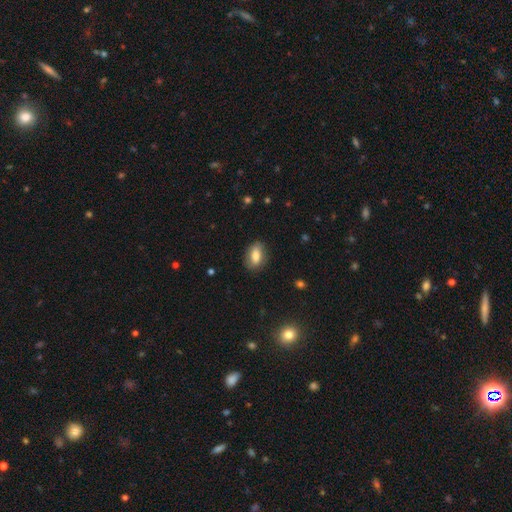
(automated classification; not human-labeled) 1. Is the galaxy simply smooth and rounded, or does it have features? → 79% smooth, 13% featured or disk, 8% star or artifact.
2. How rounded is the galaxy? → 88% in between, 8% round, 4% cigar-shaped.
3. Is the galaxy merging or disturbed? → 80% none, 15% minor disturbance, 4% major disturbance, 1% merger.